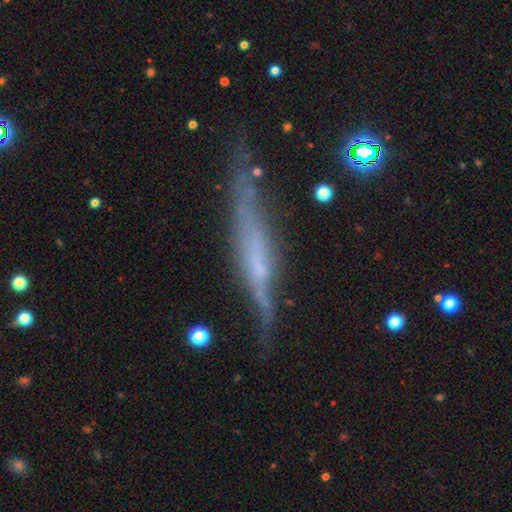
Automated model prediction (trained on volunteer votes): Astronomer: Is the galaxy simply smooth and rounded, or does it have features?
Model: featured or disk — 68%.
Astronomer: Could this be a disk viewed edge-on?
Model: yes — 91%.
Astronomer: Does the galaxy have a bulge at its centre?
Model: none — 49% (runner-up: rounded, 29%).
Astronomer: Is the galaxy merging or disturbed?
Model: none — 66%.